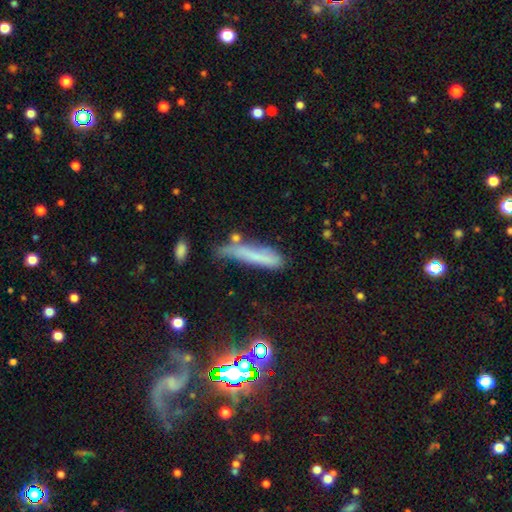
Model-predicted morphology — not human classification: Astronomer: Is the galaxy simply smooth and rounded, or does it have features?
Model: smooth — 58%.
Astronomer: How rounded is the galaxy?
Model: cigar-shaped — 87%.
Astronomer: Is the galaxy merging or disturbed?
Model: none — 50% (runner-up: minor disturbance, 30%).